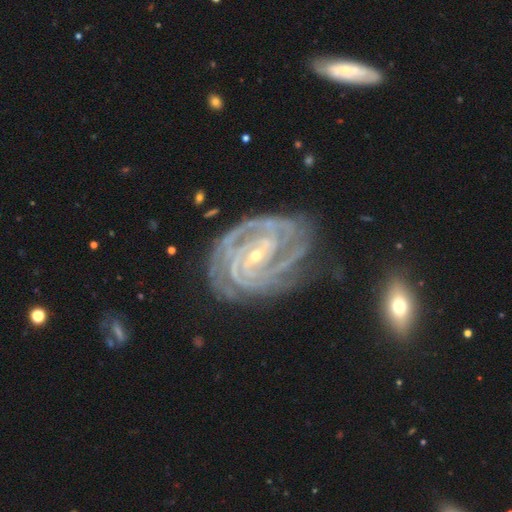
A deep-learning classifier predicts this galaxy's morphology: This appears to be a featured or disk galaxy (92%) with a weak bar (38%), 3 (27%) tight (78%) spiral arms (98%) and a small central bulge (74%). Merging: none (65%).